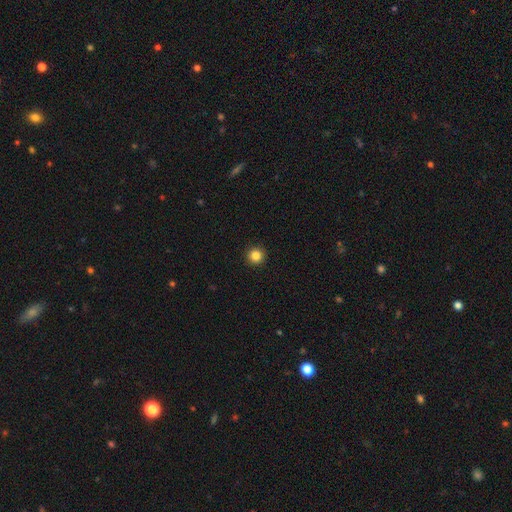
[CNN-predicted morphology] Smooth or featured: smooth — 85% (star or artifact — 11%)
How rounded: round — 96% (in between — 3%)
Merging: none — 94% (minor disturbance — 4%)